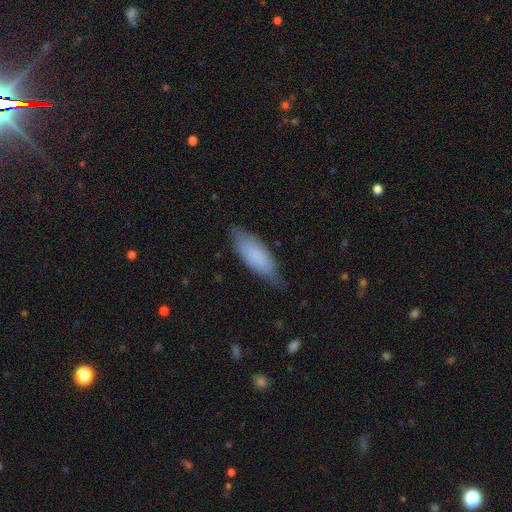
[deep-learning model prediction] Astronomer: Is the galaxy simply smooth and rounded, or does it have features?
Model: smooth — 81%.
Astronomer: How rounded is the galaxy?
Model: in between — 66%.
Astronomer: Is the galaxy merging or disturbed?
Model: none — 72%.